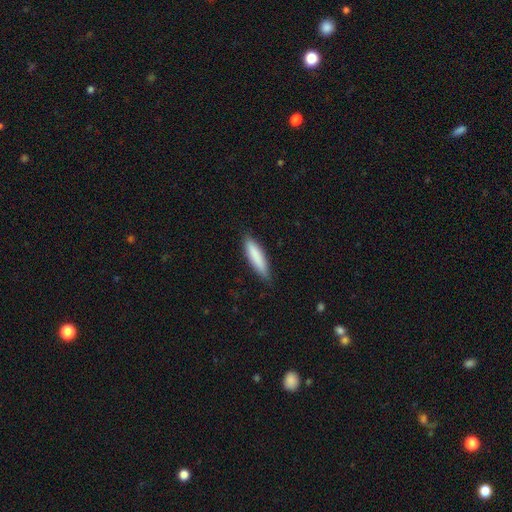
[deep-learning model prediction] Smooth or featured: smooth — 84% (featured or disk — 11%)
How rounded: cigar-shaped — 78% (in between — 21%)
Merging: none — 84% (minor disturbance — 13%)